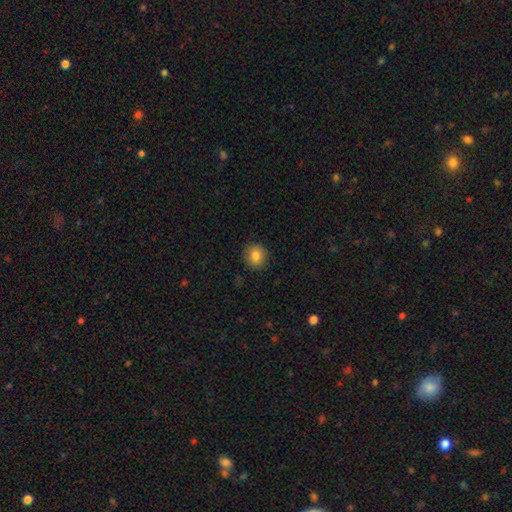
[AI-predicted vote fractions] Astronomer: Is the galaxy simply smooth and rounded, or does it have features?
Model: smooth — 83%.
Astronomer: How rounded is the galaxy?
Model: round — 84%.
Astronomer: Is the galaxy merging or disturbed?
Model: none — 90%.